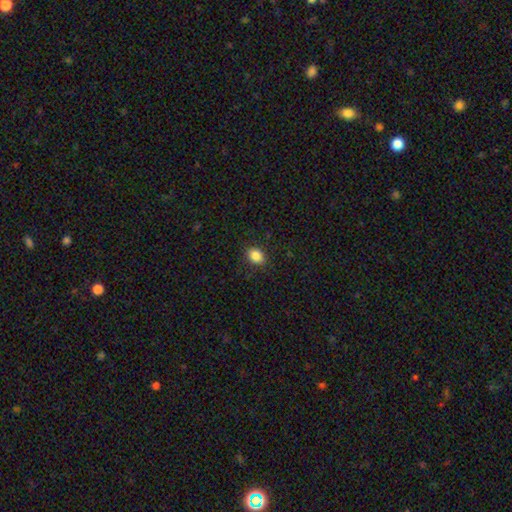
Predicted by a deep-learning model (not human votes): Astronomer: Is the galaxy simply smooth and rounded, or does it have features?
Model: smooth — 86%.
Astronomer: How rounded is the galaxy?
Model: in between — 58% (runner-up: round, 41%).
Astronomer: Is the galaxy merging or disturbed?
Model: none — 85%.